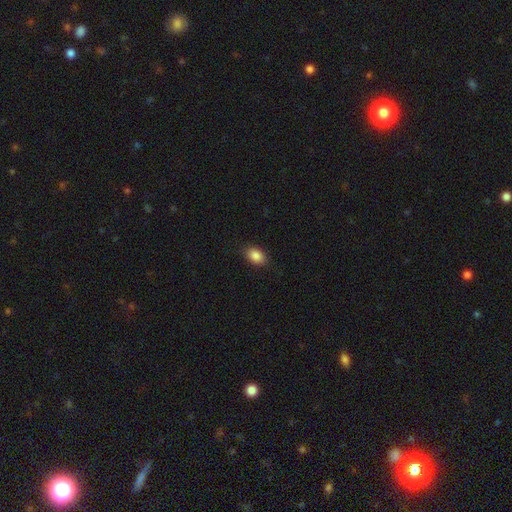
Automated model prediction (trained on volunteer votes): Smooth or featured: smooth — 87% (star or artifact — 8%)
How rounded: in between — 83% (round — 15%)
Merging: none — 86% (minor disturbance — 11%)